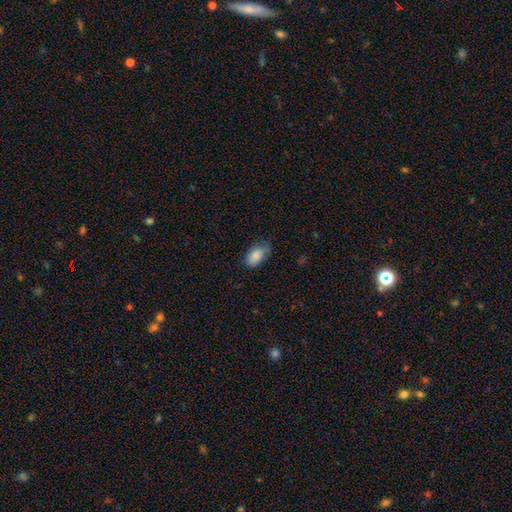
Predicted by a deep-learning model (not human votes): This appears to be a smooth galaxy with no disk features (87%) that is in between round and cigar-shaped (93%). Merging: none (64%).